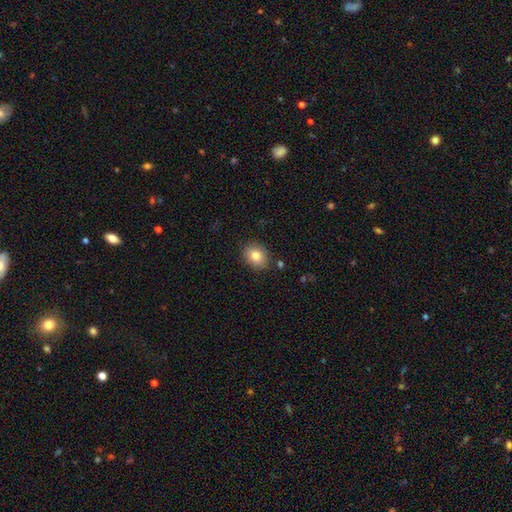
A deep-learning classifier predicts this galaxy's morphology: Overall: smooth (82%). How rounded: round (51%; in between 48%). Merging: none (86%).